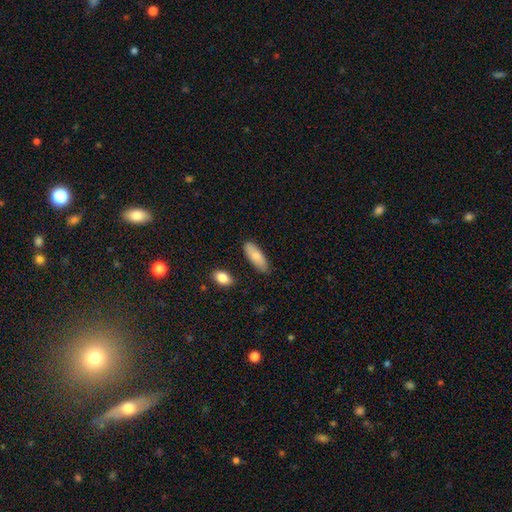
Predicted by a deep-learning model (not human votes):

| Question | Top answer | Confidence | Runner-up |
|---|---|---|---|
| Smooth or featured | smooth | 82% | featured or disk (12%) |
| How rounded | in between | 72% | cigar-shaped (26%) |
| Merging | none | 81% | minor disturbance (14%) |